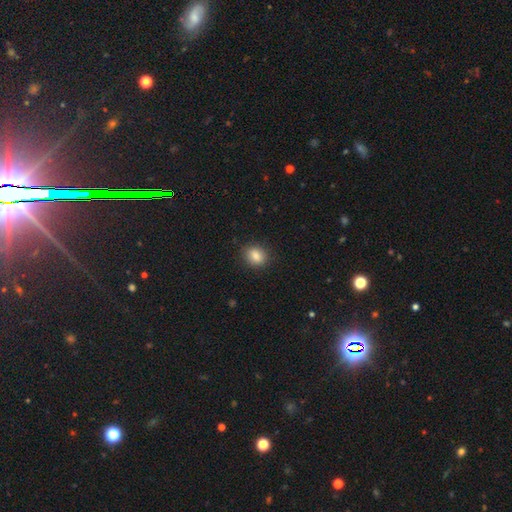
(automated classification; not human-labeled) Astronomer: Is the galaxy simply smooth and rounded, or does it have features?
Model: smooth — 85%.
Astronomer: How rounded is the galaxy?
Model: in between — 50% (runner-up: round, 49%).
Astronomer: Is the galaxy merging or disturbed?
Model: none — 87%.